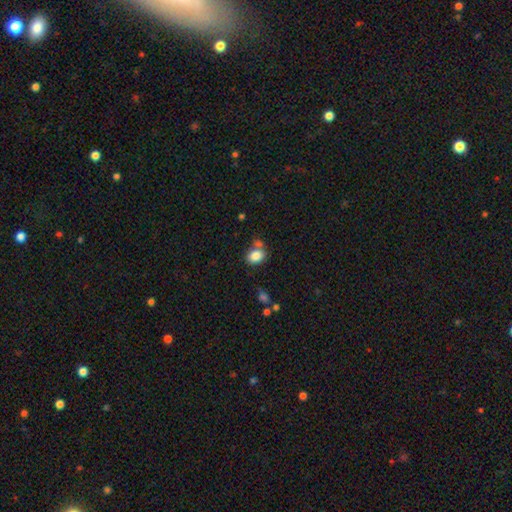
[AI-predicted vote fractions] Smooth or featured?
  - smooth: 84% *
  - star or artifact: 9%
  - featured or disk: 7%
How rounded?
  - in between: 62% *
  - round: 37%
  - cigar-shaped: 1%
Merging?
  - none: 55% *
  - merger: 23%
  - minor disturbance: 15%
  - major disturbance: 6%